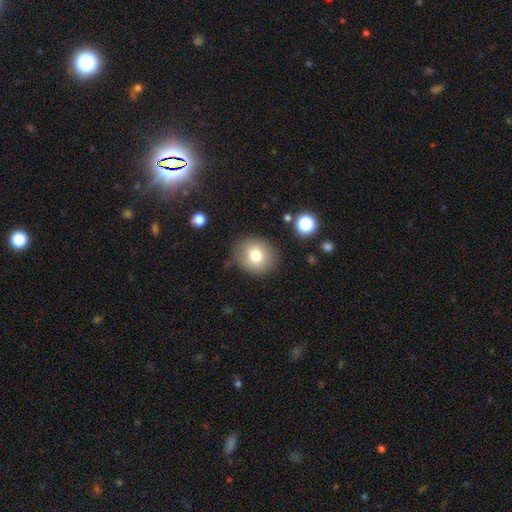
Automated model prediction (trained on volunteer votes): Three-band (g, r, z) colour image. It shows a smooth galaxy with no disk features (78%) that is round (82%). Merging: none (83%).